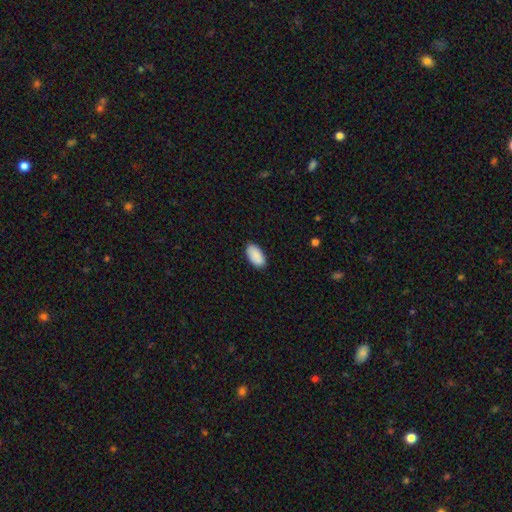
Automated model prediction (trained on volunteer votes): This is clearly a smooth galaxy (90%). How rounded: clearly in between (96%). Merging: clearly none (87%).